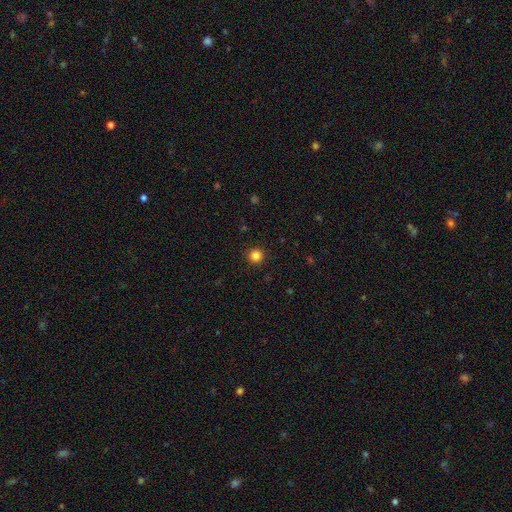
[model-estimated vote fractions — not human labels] Smooth or featured? Predicted: smooth (p=0.85). How rounded? Predicted: round (p=0.95). Merging? Predicted: none (p=0.92).